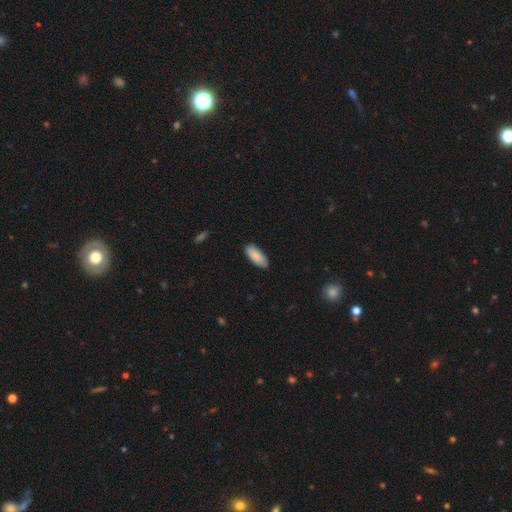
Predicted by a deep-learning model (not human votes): This is clearly a smooth galaxy (88%). How rounded: clearly in between (83%). Merging: clearly none (85%).